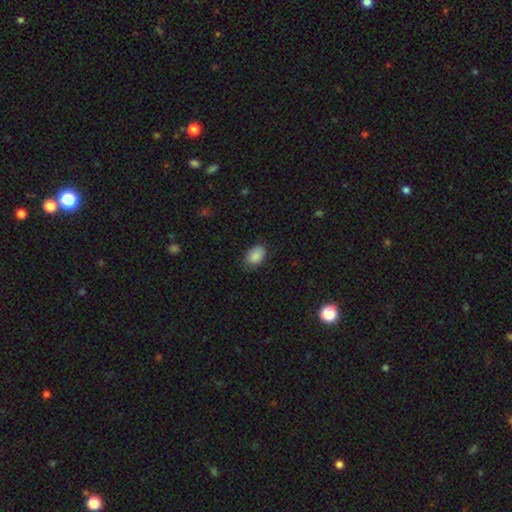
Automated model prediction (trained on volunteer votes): Overall: smooth (88%). How rounded: in between (86%). Merging: none (77%).